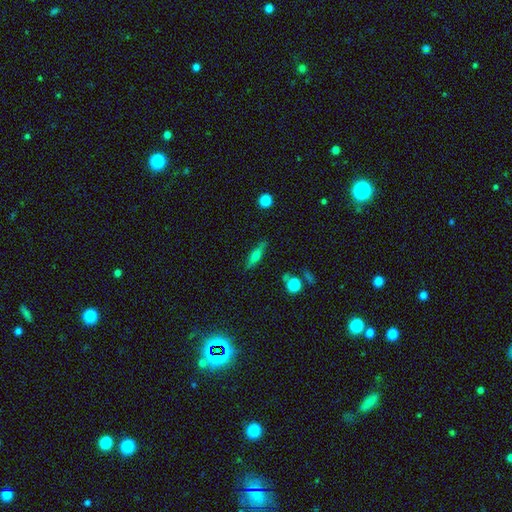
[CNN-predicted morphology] The model was most divided on "smooth or featured": smooth: 63%, featured or disk: 28%, star or artifact: 9%. More confident: merging — none (82%); how rounded — cigar-shaped (72%).